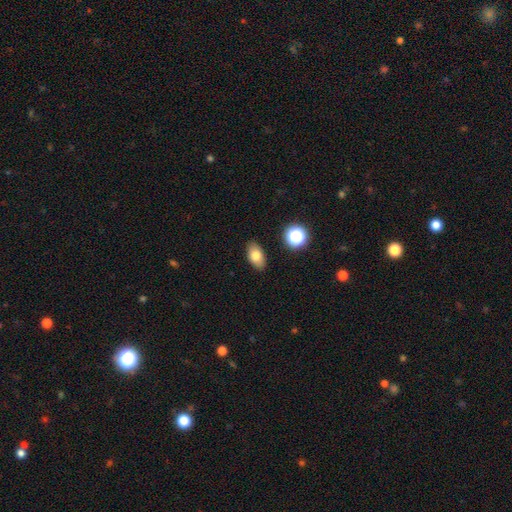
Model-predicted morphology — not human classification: type=smooth (76%); roundness=in between (90%); merging=none (87%).